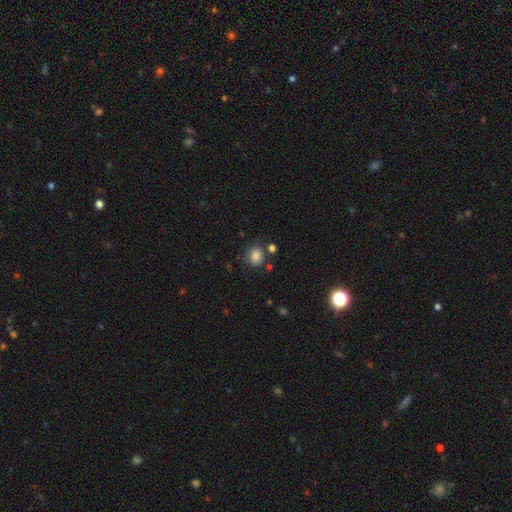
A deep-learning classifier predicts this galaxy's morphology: smooth-or-featured: smooth: 83% | star or artifact: 11% | featured or disk: 6%
  how-rounded: round: 61% | in between: 38% | cigar-shaped: 1%
  merging: none: 70% | minor disturbance: 17% | merger: 7% | major disturbance: 6%